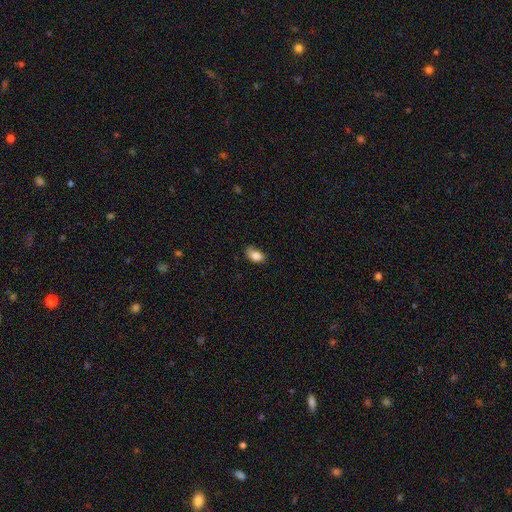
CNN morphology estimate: A smooth galaxy with no disk features (83%) that is in between round and cigar-shaped (87%). Merging: none (58%).